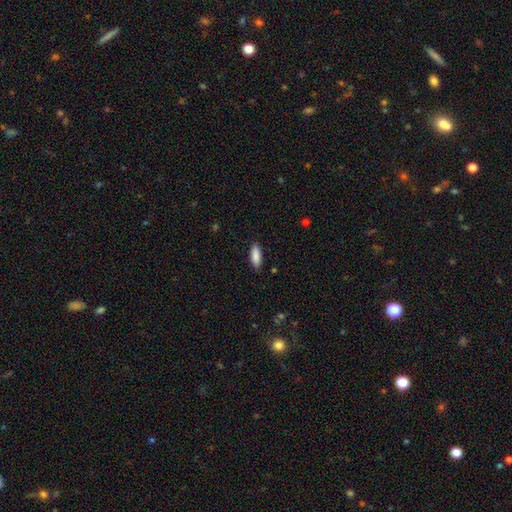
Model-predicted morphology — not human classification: smooth_or_featured: smooth (p=0.89) [alt: star or artifact p=0.06]
how_rounded: in between (p=0.73) [alt: cigar-shaped p=0.25]
merging: none (p=0.88) [alt: minor disturbance p=0.09]